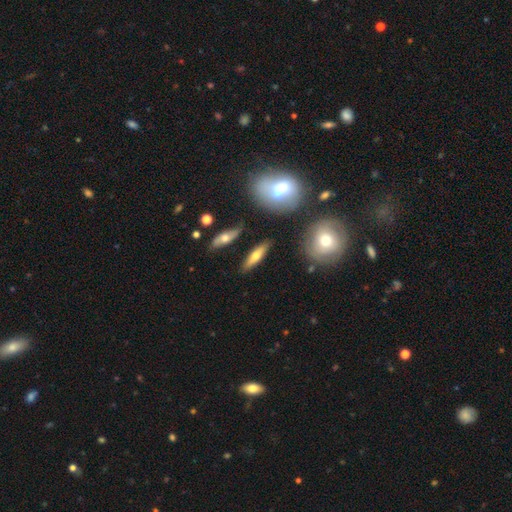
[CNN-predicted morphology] smooth-or-featured: smooth: 54% | featured or disk: 38% | star or artifact: 7%
  how-rounded: cigar-shaped: 62% | in between: 34% | round: 4%
  merging: none: 84% | minor disturbance: 10% | merger: 4% | major disturbance: 3%